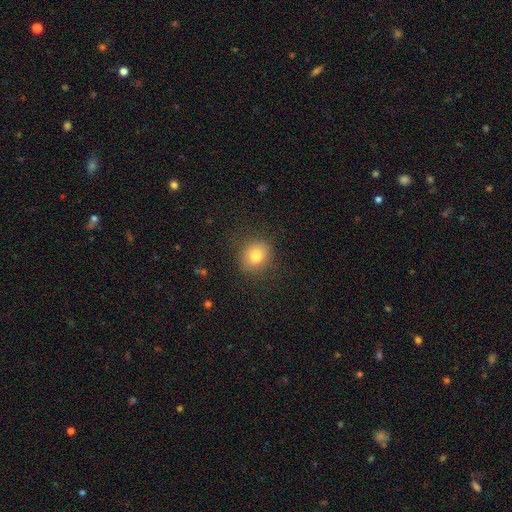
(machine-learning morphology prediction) type=smooth (79%); roundness=round (73%); merging=none (84%).